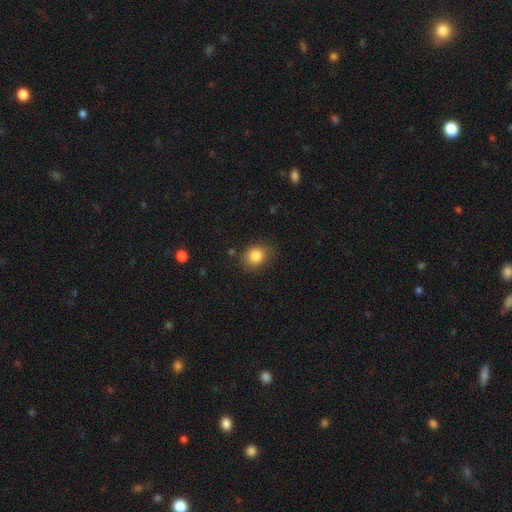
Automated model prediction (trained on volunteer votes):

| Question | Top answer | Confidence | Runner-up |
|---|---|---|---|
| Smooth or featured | smooth | 84% | star or artifact (10%) |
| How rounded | round | 59% | in between (40%) |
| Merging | none | 78% | minor disturbance (16%) |